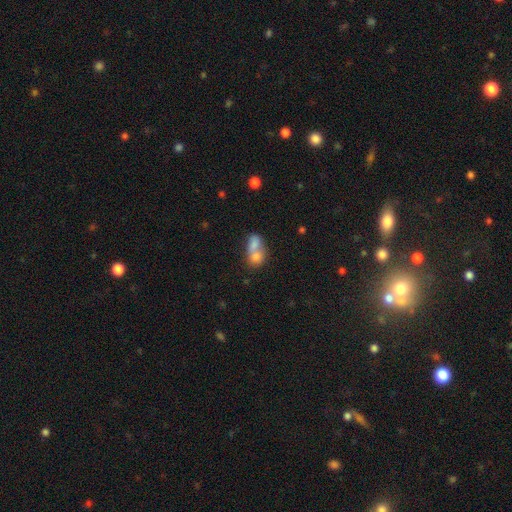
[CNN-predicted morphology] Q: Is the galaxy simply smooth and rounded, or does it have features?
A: smooth — 74%.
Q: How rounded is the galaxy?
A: in between — 64%.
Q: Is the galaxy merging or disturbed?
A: merger — 74%.